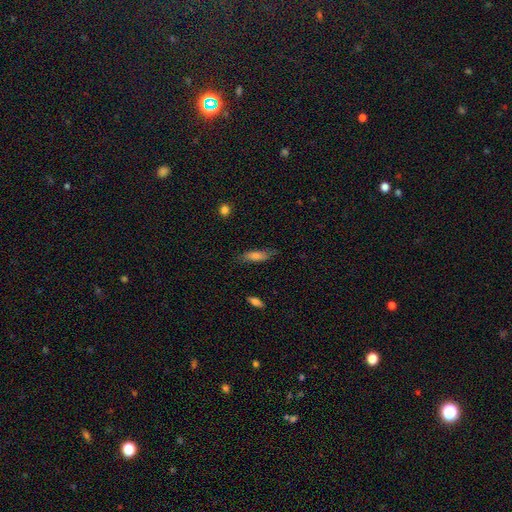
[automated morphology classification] smooth 67%, featured or disk 23%, star or artifact 9%. Down the decision tree: how rounded — cigar-shaped (60%); merging — none (76%).